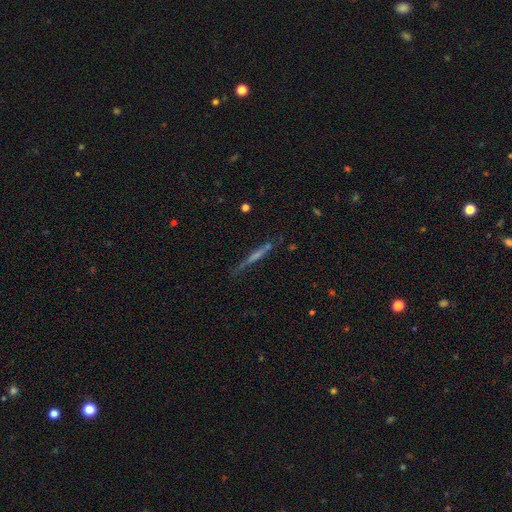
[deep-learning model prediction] Overall: featured or disk (49%; smooth 40%). Merging: none (71%).